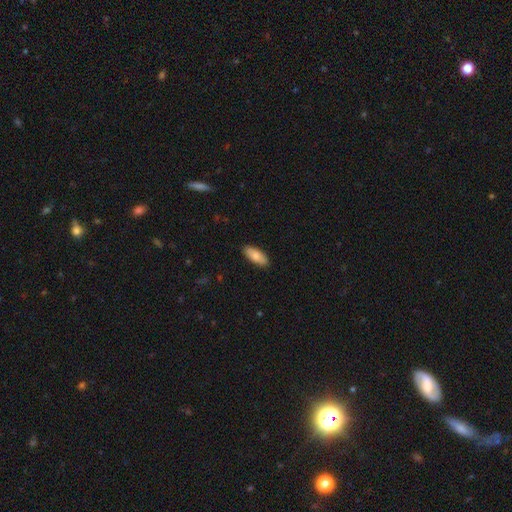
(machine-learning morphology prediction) Smooth or featured: smooth — 80% (featured or disk — 15%)
How rounded: in between — 79% (cigar-shaped — 19%)
Merging: none — 89% (minor disturbance — 9%)